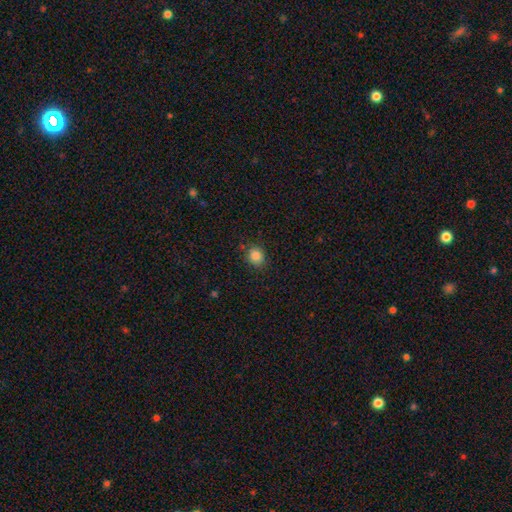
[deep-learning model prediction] A smooth galaxy with no disk features (85%) that is round (80%). Merging: none (85%).